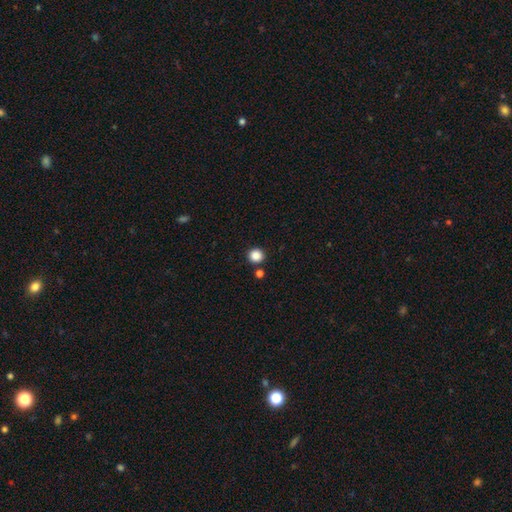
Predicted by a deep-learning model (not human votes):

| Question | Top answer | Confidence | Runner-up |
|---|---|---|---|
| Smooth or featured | smooth | 86% | star or artifact (11%) |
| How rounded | round | 92% | in between (7%) |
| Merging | none | 87% | merger (6%) |